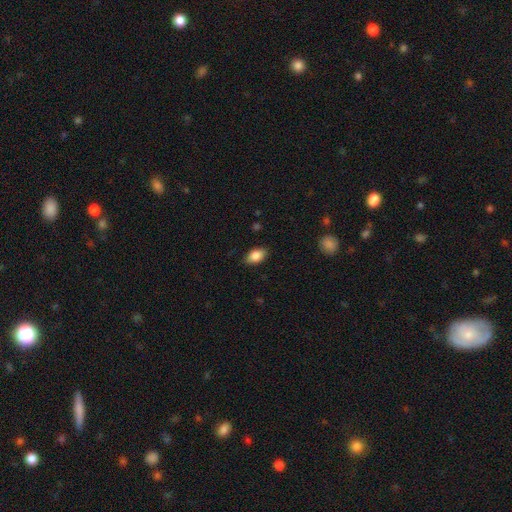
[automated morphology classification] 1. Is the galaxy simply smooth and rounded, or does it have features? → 85% smooth, 8% featured or disk, 8% star or artifact.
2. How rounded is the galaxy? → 89% in between, 9% round, 2% cigar-shaped.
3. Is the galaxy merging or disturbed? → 85% none, 11% minor disturbance, 2% major disturbance, 1% merger.